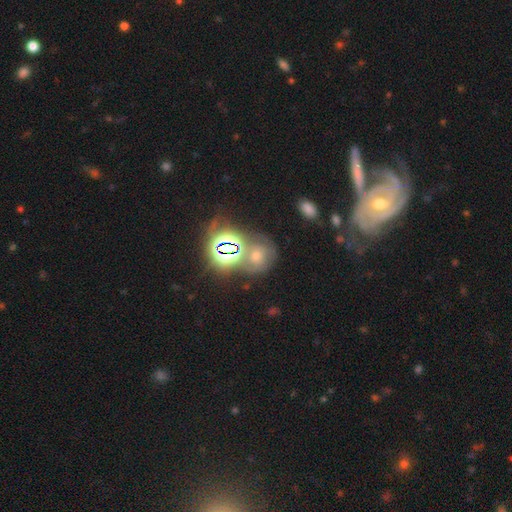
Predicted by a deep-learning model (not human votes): Smooth or featured?
  - star or artifact: 53% *
  - smooth: 27%
  - featured or disk: 20%